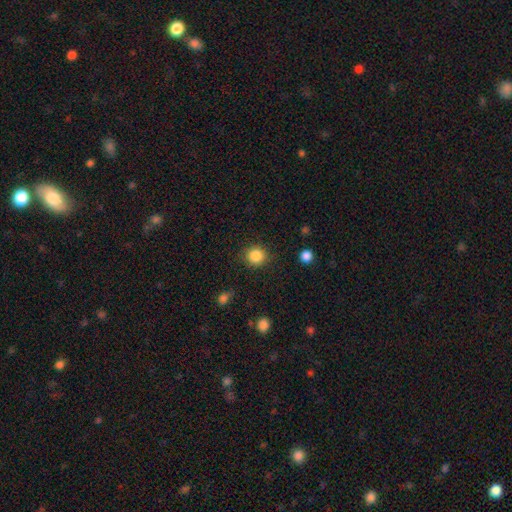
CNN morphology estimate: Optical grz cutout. It shows a smooth galaxy with no disk features (86%) that is round (90%). Merging: none (87%).